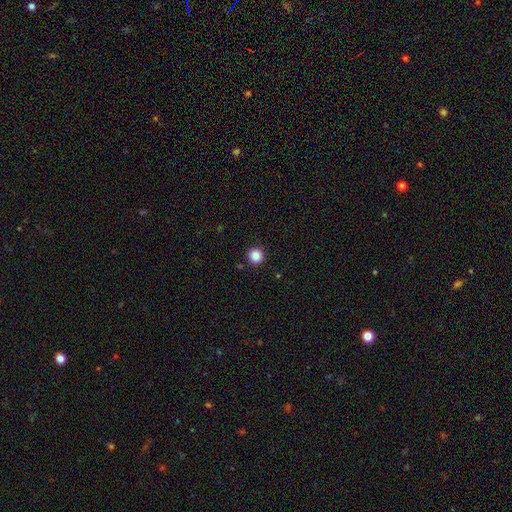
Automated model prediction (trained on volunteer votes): Overall: smooth (87%). How rounded: round (95%). Merging: none (91%).